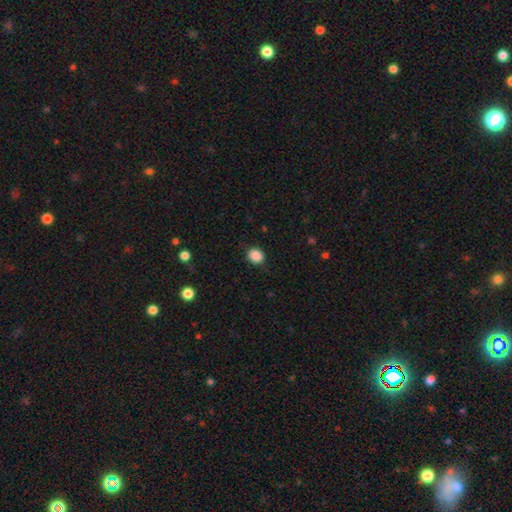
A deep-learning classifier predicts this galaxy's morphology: Smooth or featured?
  - smooth: 88% *
  - star or artifact: 10%
  - featured or disk: 3%
How rounded?
  - round: 75% *
  - in between: 24%
  - cigar-shaped: 1%
Merging?
  - none: 87% *
  - minor disturbance: 10%
  - major disturbance: 3%
  - merger: 1%